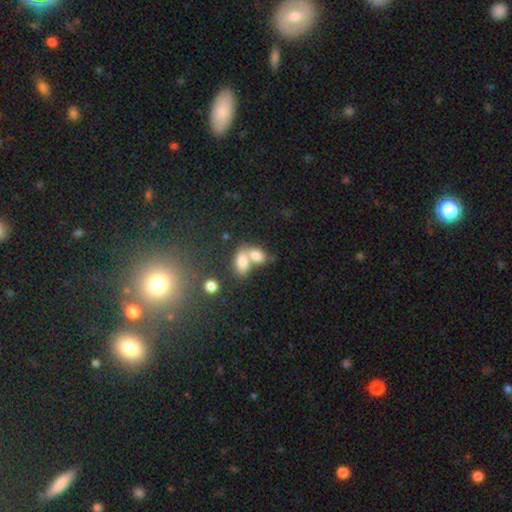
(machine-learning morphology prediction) This appears to be a smooth galaxy with no disk features (76%) that is in between round and cigar-shaped (84%). Merging: merger (67%).